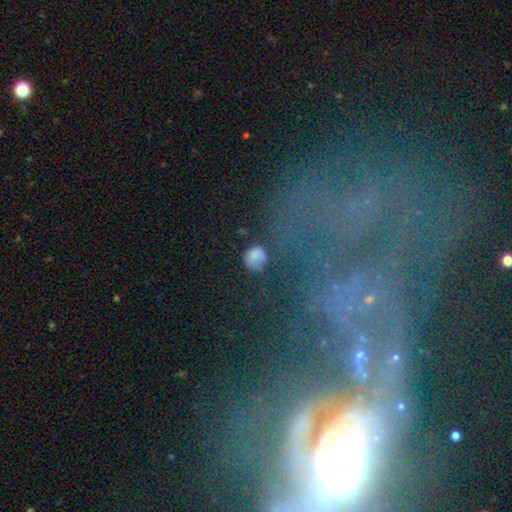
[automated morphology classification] smooth-or-featured: smooth: 73% | star or artifact: 15% | featured or disk: 11%
  how-rounded: round: 80% | in between: 19% | cigar-shaped: 1%
  merging: none: 63% | minor disturbance: 22% | major disturbance: 11% | merger: 5%